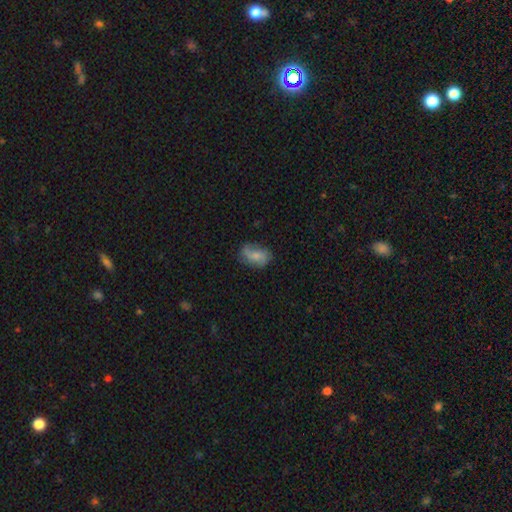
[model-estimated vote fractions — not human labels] smooth-or-featured: smooth: 51% | featured or disk: 40% | star or artifact: 8%
  how-rounded: in between: 82% | round: 16% | cigar-shaped: 2%
  merging: none: 63% | minor disturbance: 26% | major disturbance: 10% | merger: 2%